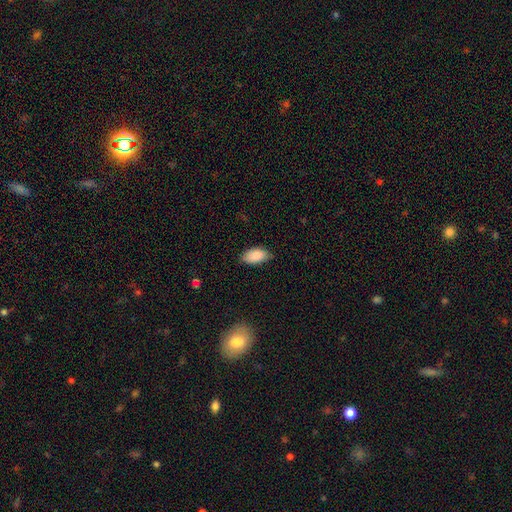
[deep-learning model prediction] smooth_or_featured: smooth (p=0.88) [alt: star or artifact p=0.07]
how_rounded: in between (p=0.94) [alt: cigar-shaped p=0.03]
merging: none (p=0.74) [alt: minor disturbance p=0.22]